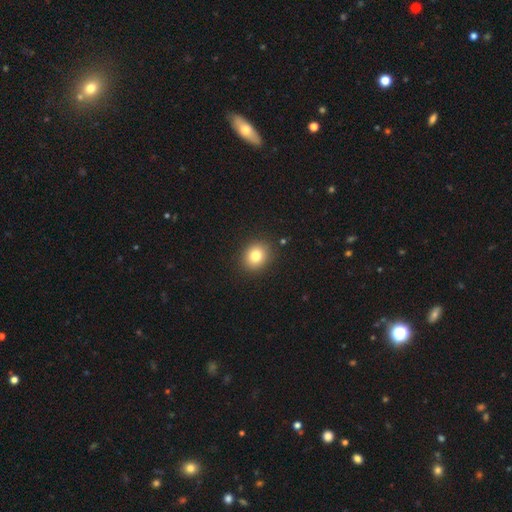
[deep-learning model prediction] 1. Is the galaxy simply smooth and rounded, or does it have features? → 80% smooth, 11% star or artifact, 9% featured or disk.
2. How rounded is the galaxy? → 70% round, 29% in between, 1% cigar-shaped.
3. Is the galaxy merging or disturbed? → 89% none, 7% minor disturbance, 2% major disturbance, 1% merger.